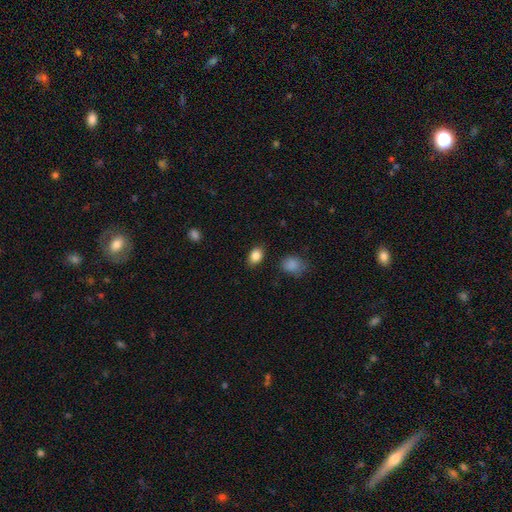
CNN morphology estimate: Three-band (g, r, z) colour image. It shows a smooth galaxy with no disk features (86%) that is in between round and cigar-shaped (75%). Merging: none (86%).